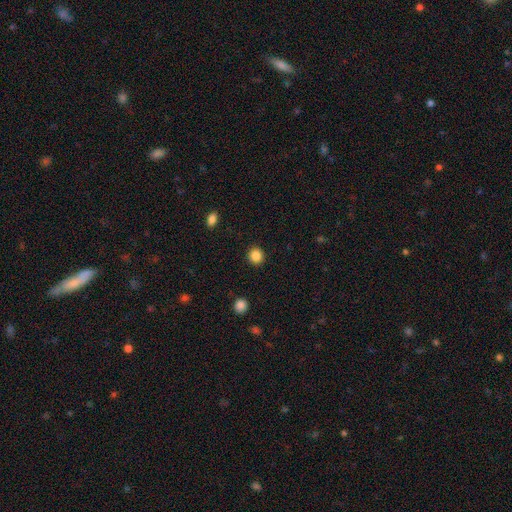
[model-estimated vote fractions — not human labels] The model was most divided on "smooth or featured": smooth: 86%, star or artifact: 10%, featured or disk: 4%. More confident: merging — none (92%); how rounded — round (91%).